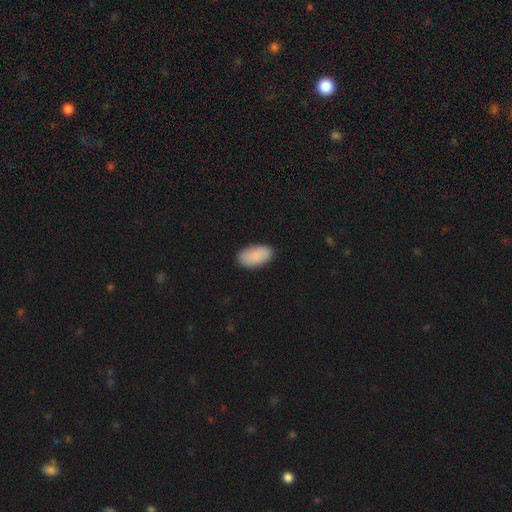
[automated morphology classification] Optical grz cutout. It shows a smooth galaxy with no disk features (89%) that is in between round and cigar-shaped (95%). Merging: none (87%).